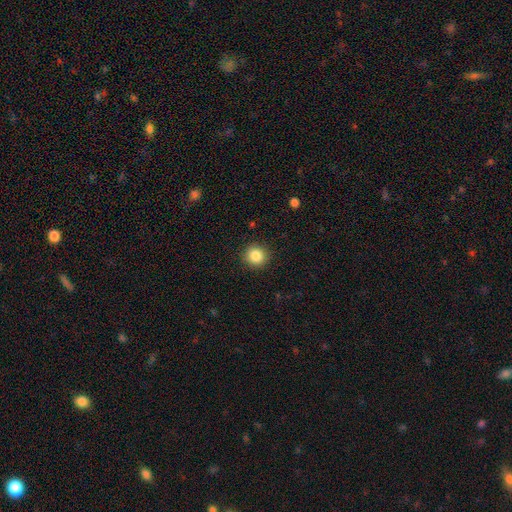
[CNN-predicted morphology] type=smooth (85%); roundness=round (92%); merging=none (91%).